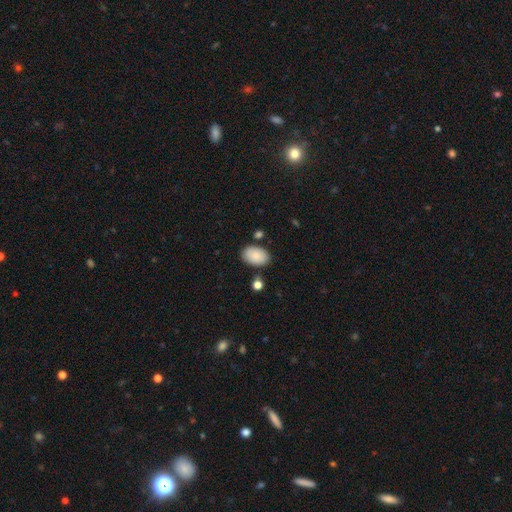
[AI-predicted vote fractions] Overall: smooth (88%). How rounded: in between (91%). Merging: none (80%).